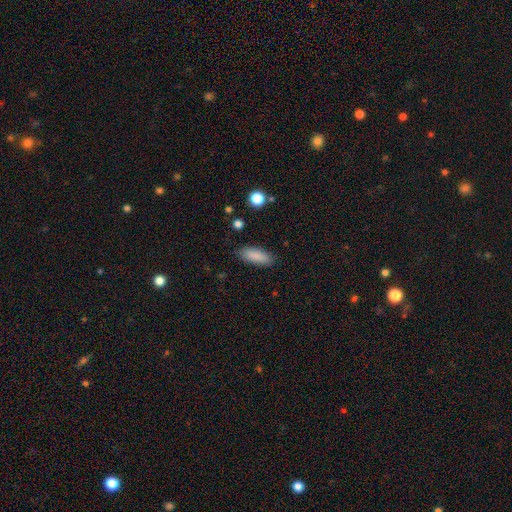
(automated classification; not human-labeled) smooth-or-featured: smooth: 87% | star or artifact: 7% | featured or disk: 6%
  how-rounded: in between: 68% | cigar-shaped: 30% | round: 2%
  merging: none: 85% | minor disturbance: 11% | major disturbance: 3% | merger: 1%